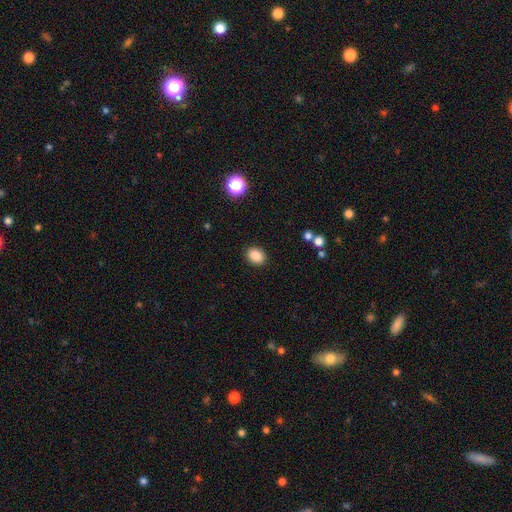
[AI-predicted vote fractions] A smooth galaxy with no disk features (87%) that is in between round and cigar-shaped (58%).

Vote fractions:
- Smooth or featured? smooth: 87% / star or artifact: 9% / featured or disk: 3%
- How rounded? in between: 58% / round: 41% / cigar-shaped: 1%
- Merging? none: 90% / minor disturbance: 7% / major disturbance: 2% / merger: 1%